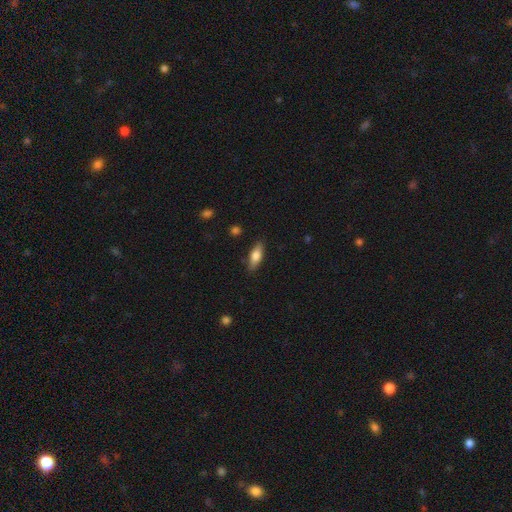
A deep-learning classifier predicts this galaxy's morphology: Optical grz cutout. It shows a smooth galaxy with no disk features (70%) that is in between round and cigar-shaped (63%). Merging: none (85%).